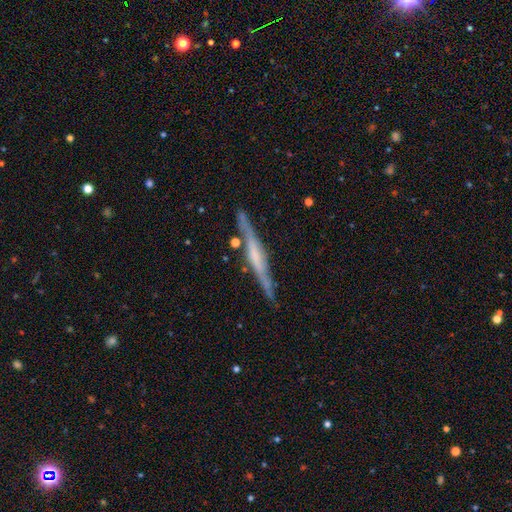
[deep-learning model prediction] smooth-or-featured: featured or disk: 72% | smooth: 22% | star or artifact: 6%
  disk-edge-on: yes: 94% | no: 6%
    edge-on-bulge: none: 43% | boxy: 29% | rounded: 27%
  merging: none: 81% | minor disturbance: 13% | major disturbance: 3% | merger: 3%